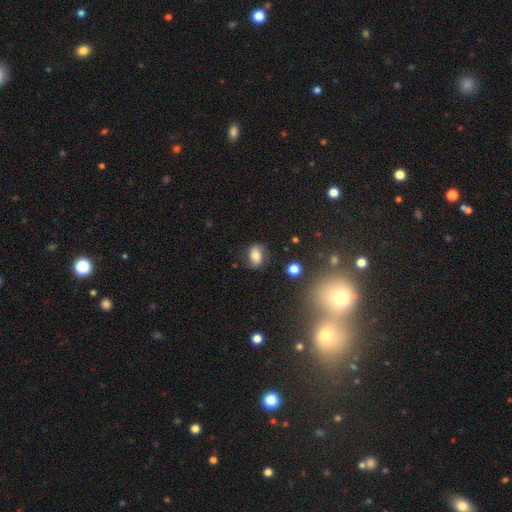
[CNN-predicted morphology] This is likely a smooth galaxy (67%). How rounded: likely in between (72%). Merging: likely none (76%).